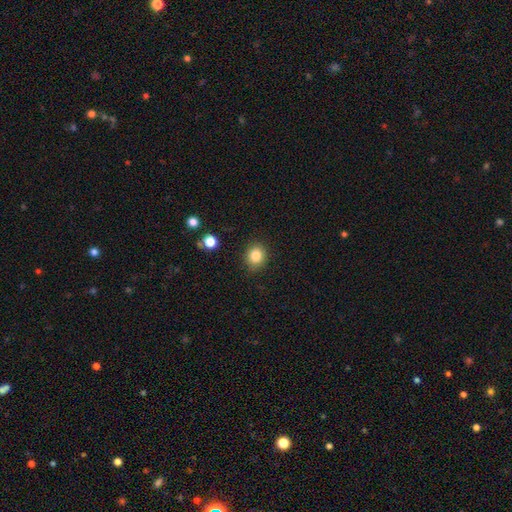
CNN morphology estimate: smooth-or-featured: smooth: 83% | star or artifact: 11% | featured or disk: 6%
  how-rounded: round: 78% | in between: 21% | cigar-shaped: 1%
  merging: none: 88% | minor disturbance: 8% | major disturbance: 2% | merger: 1%